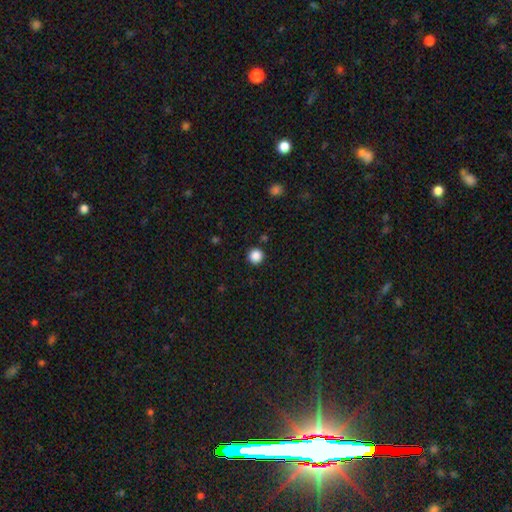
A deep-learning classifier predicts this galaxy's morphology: This appears to be a smooth galaxy with no disk features (87%) that is round (96%). Merging: none (92%).